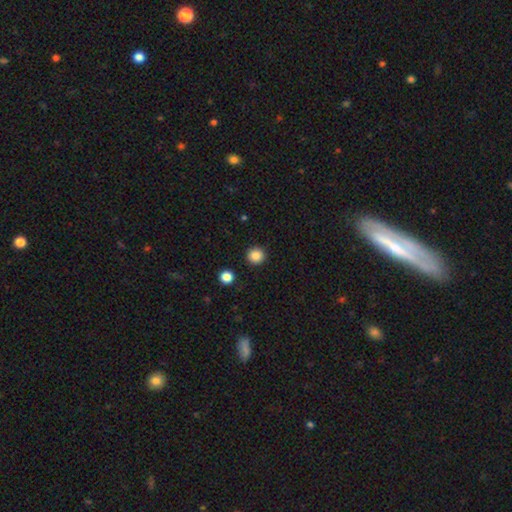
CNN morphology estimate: smooth-or-featured: smooth: 86% | star or artifact: 10% | featured or disk: 3%
  how-rounded: round: 95% | in between: 4% | cigar-shaped: 1%
  merging: none: 93% | minor disturbance: 4% | major disturbance: 2% | merger: 1%